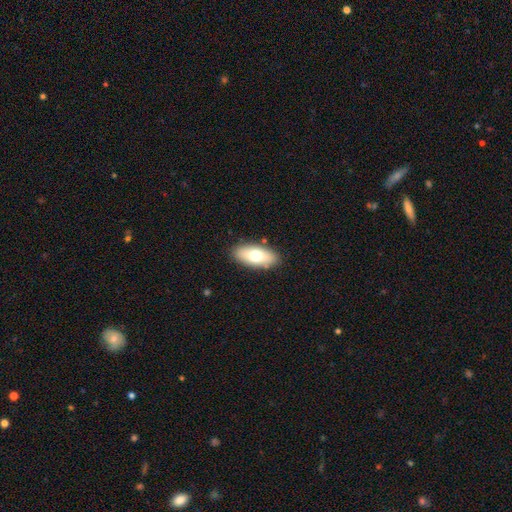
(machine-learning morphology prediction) Q: Smooth or featured?
A: smooth (69%); runner-up: featured or disk (24%)
Q: How rounded?
A: in between (88%); runner-up: cigar-shaped (9%)
Q: Merging?
A: none (87%); runner-up: minor disturbance (9%)